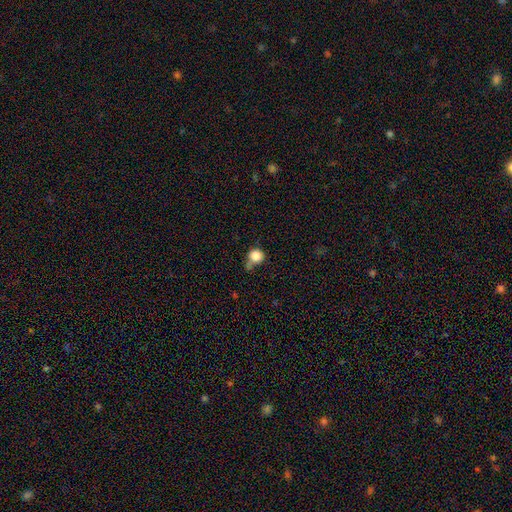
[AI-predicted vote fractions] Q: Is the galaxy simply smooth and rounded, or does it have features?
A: smooth — 83%.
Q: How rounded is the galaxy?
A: round — 85%.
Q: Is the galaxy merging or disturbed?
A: none — 42%.